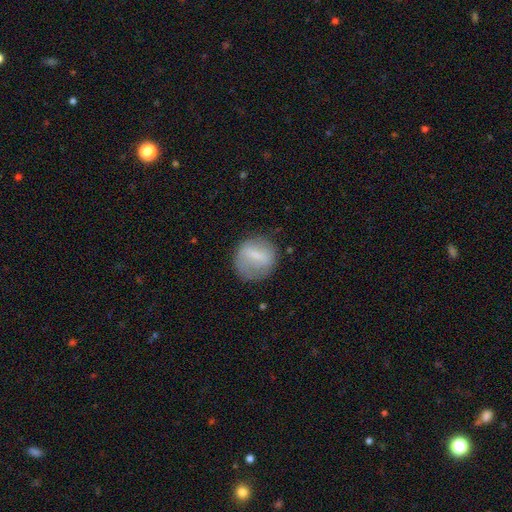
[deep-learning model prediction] smooth-or-featured: smooth: 55% | featured or disk: 37% | star or artifact: 8%
  how-rounded: round: 78% | in between: 20% | cigar-shaped: 2%
  merging: none: 68% | minor disturbance: 20% | major disturbance: 10% | merger: 2%